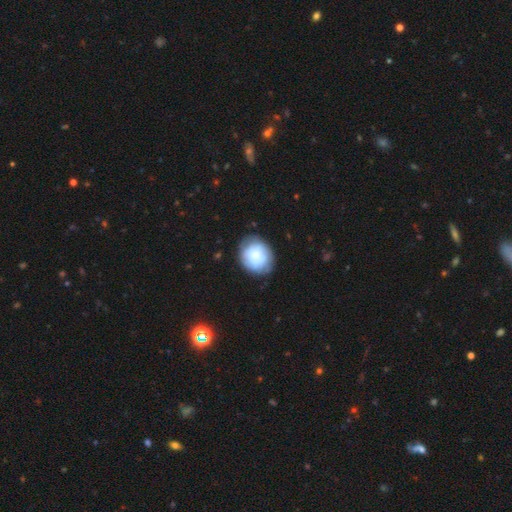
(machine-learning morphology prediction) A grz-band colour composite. It shows a smooth galaxy with no disk features (70%) that is round (65%). Merging: none (70%).